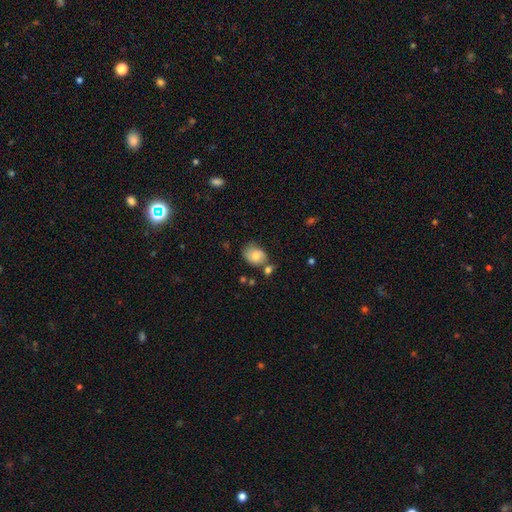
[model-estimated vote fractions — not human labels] A smooth galaxy with no disk features (70%) that is in between round and cigar-shaped (54%). Merging: none (52%).